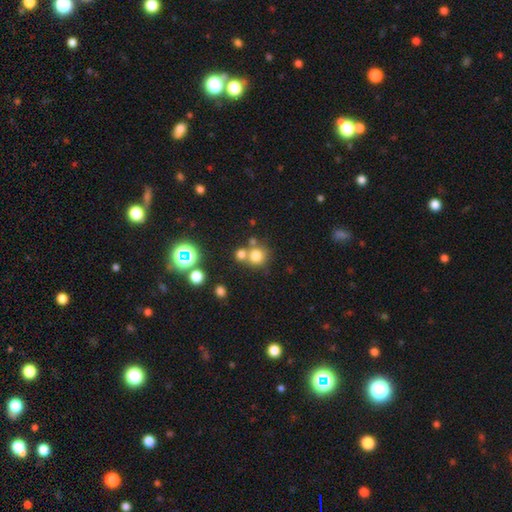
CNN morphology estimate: This is likely a smooth galaxy (74%). How rounded: clearly round (89%). Merging: possibly none (58%).